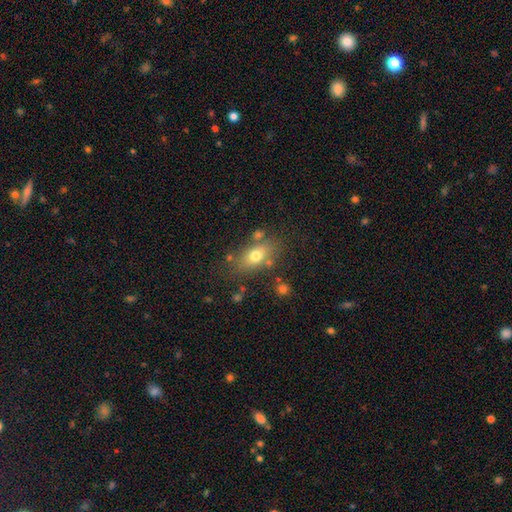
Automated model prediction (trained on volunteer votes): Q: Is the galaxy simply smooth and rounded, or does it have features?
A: smooth — 71%.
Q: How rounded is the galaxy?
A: in between — 77%.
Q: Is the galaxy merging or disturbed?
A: none — 72%.